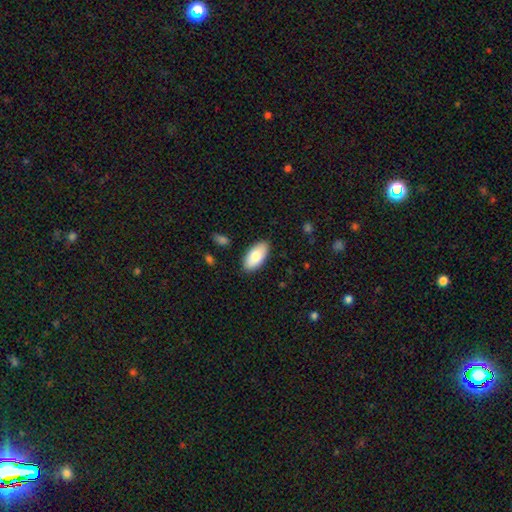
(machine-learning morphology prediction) Overall: smooth (80%). How rounded: in between (95%). Merging: none (87%).